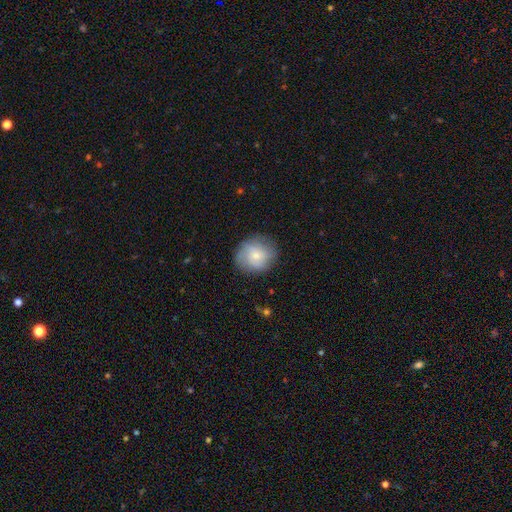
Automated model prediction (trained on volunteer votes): This is possibly a smooth galaxy (58%). How rounded: clearly round (83%). Merging: likely none (78%).